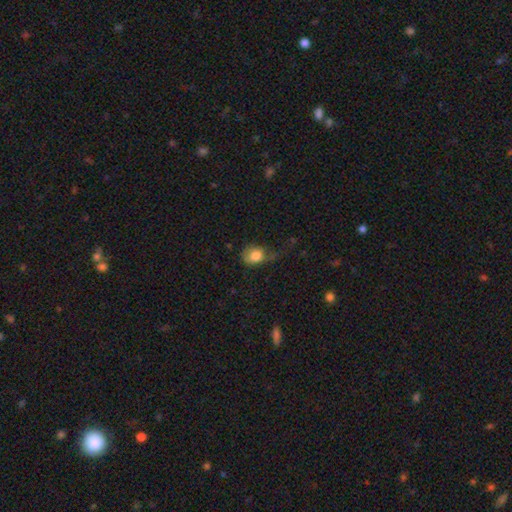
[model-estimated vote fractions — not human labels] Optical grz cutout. It shows a smooth galaxy with no disk features (79%) that is in between round and cigar-shaped (54%). Merging: major disturbance (35%).